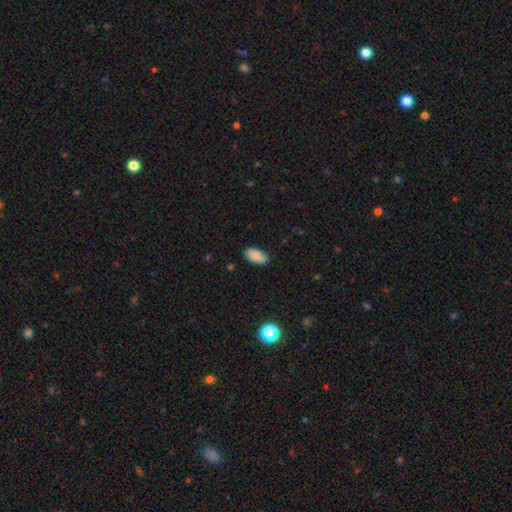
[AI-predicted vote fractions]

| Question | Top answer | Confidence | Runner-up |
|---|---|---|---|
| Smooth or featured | smooth | 88% | star or artifact (8%) |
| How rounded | in between | 94% | round (3%) |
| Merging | none | 86% | minor disturbance (11%) |